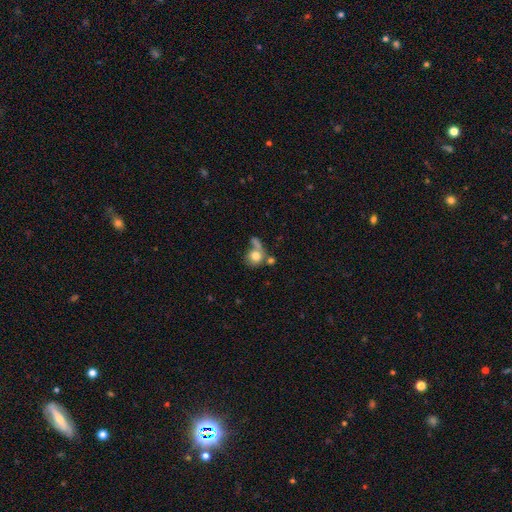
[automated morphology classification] Overall: smooth (73%). How rounded: round (74%). Merging: none (35%; merger 33%).